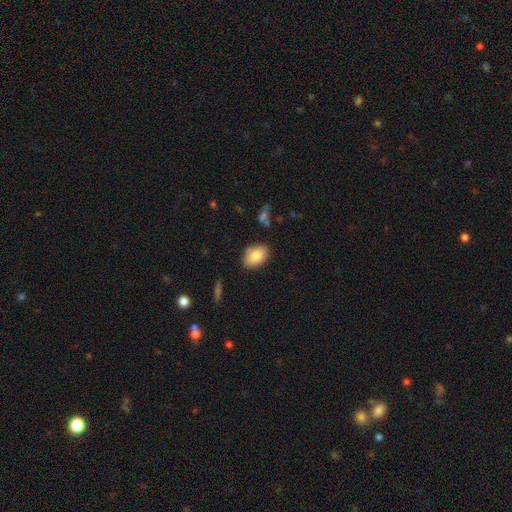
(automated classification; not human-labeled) Smooth or featured? Predicted: smooth (p=0.82). How rounded? Predicted: in between (p=0.87). Merging? Predicted: none (p=0.83).